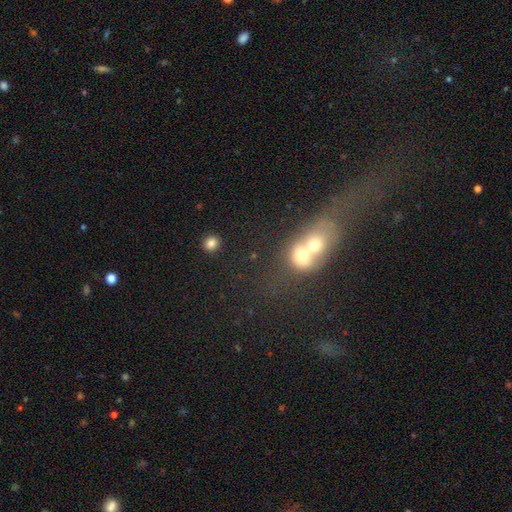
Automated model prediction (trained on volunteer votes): A smooth galaxy with no disk features (41%).

Vote fractions:
- Smooth or featured? smooth: 41% / featured or disk: 33% / star or artifact: 26%
- Merging? merger: 59% / none: 17% / major disturbance: 15% / minor disturbance: 9%